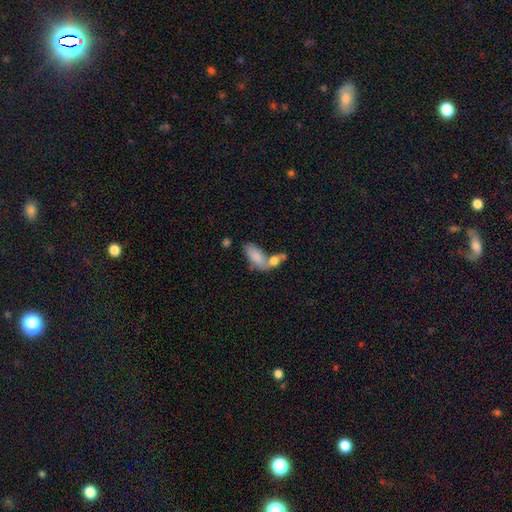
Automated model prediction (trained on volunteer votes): A smooth galaxy with no disk features (80%) that is in between round and cigar-shaped (86%).

Vote fractions:
- Smooth or featured? smooth: 80% / featured or disk: 13% / star or artifact: 7%
- How rounded? in between: 86% / cigar-shaped: 11% / round: 3%
- Merging? merger: 52% / none: 30% / minor disturbance: 11% / major disturbance: 7%